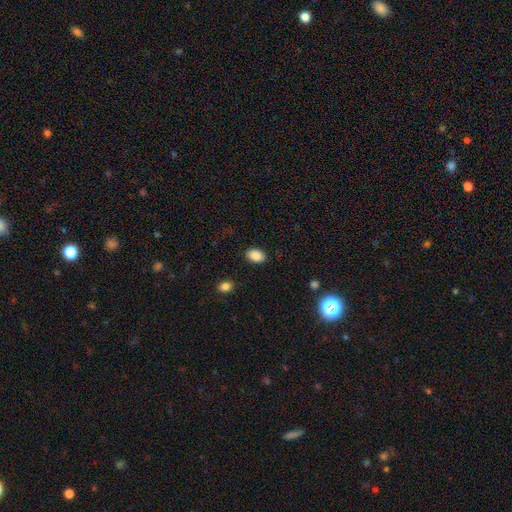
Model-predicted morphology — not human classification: Smooth or featured?
  - smooth: 89% *
  - star or artifact: 8%
  - featured or disk: 3%
How rounded?
  - in between: 88% *
  - round: 11%
  - cigar-shaped: 1%
Merging?
  - none: 88% *
  - minor disturbance: 8%
  - major disturbance: 2%
  - merger: 1%